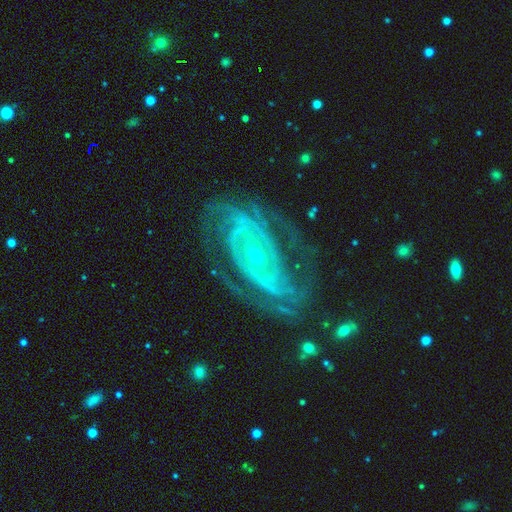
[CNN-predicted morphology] This is clearly a featured or disk galaxy (90%). It is clearly not viewed edge-on (96%). Bar: marginally no (45%). Spiral arm pattern: clearly yes (96%). Spiral arm count: marginally 2 (30%). Spiral winding: likely tight (66%). Central bulge: clearly small (81%). Merging: likely none (68%).